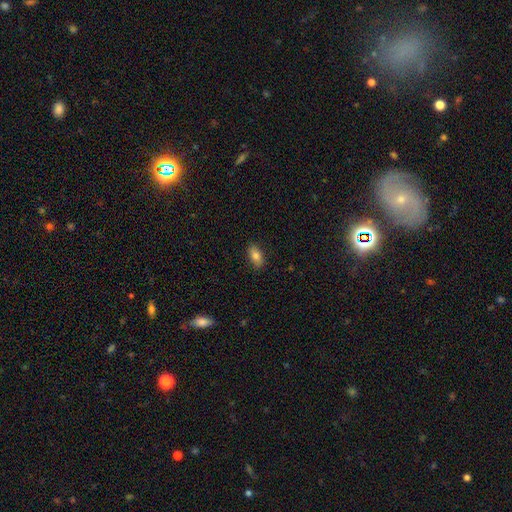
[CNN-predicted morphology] The model was most divided on "smooth or featured": smooth: 81%, featured or disk: 11%, star or artifact: 8%. More confident: how rounded — in between (90%); merging — none (86%).